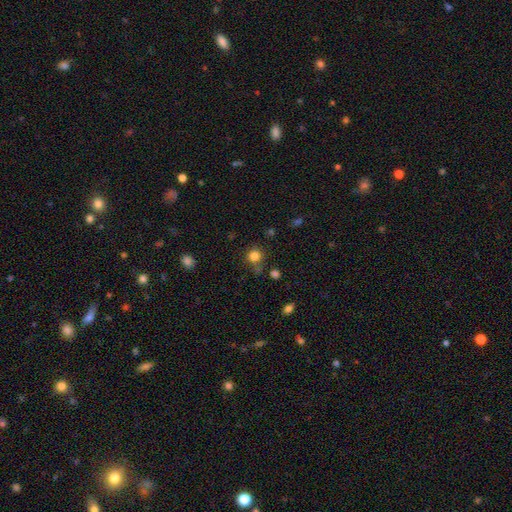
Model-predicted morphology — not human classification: Smooth or featured? smooth (81%)
How rounded? round (90%)
Merging? none (76%)